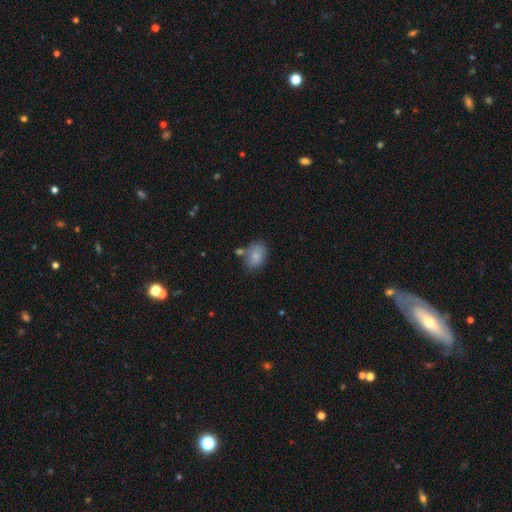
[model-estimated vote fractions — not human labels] Q: Smooth or featured?
A: smooth (80%); runner-up: featured or disk (12%)
Q: How rounded?
A: in between (82%); runner-up: round (17%)
Q: Merging?
A: none (60%); runner-up: minor disturbance (20%)